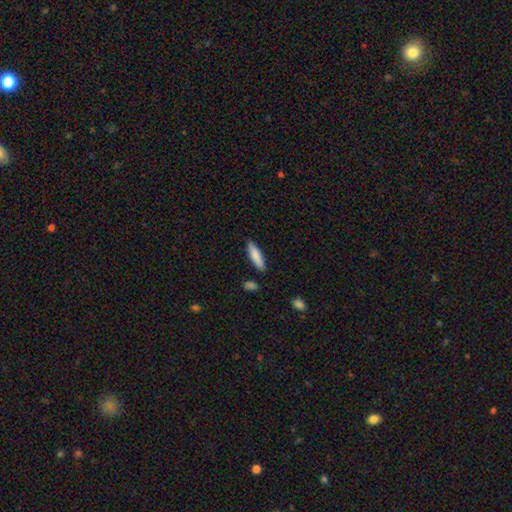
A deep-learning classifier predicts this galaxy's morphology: Q: Smooth or featured?
A: smooth (83%); runner-up: featured or disk (11%)
Q: How rounded?
A: cigar-shaped (69%); runner-up: in between (30%)
Q: Merging?
A: none (84%); runner-up: minor disturbance (11%)